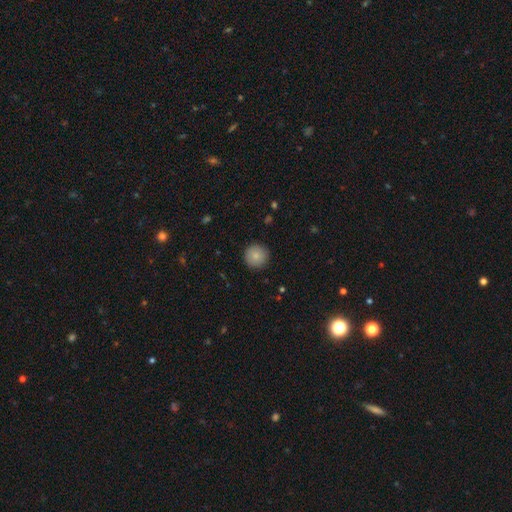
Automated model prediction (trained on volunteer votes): Q: Smooth or featured?
A: smooth (84%); runner-up: star or artifact (8%)
Q: How rounded?
A: round (96%); runner-up: in between (3%)
Q: Merging?
A: none (91%); runner-up: minor disturbance (6%)